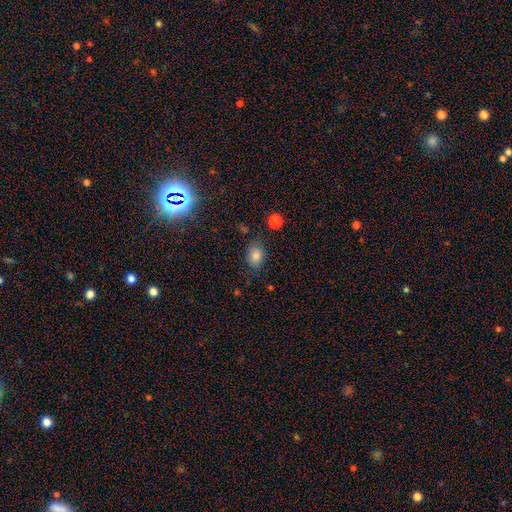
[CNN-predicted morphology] smooth 82%, star or artifact 11%, featured or disk 7%. Down the decision tree: how rounded — in between (69%); merging — none (76%).